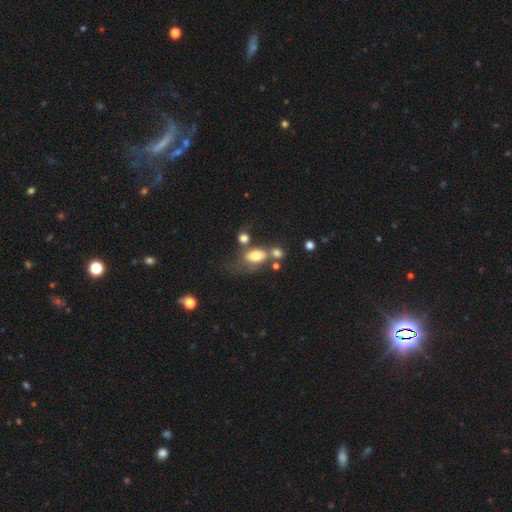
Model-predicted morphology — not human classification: Smooth or featured? smooth (73%)
How rounded? in between (82%)
Merging? merger (35%)